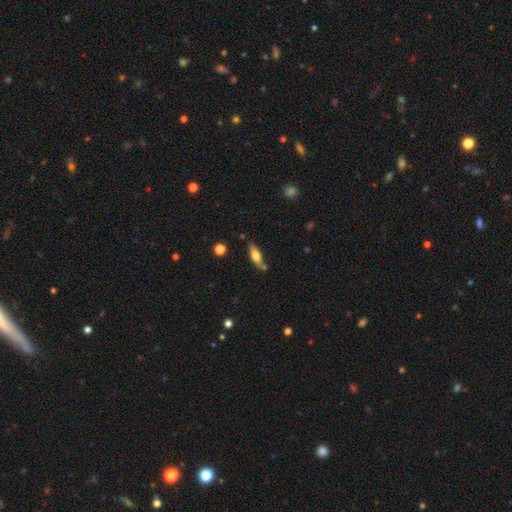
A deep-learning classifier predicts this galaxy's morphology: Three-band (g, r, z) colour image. It shows a smooth galaxy with no disk features (48%). Merging: none (75%).